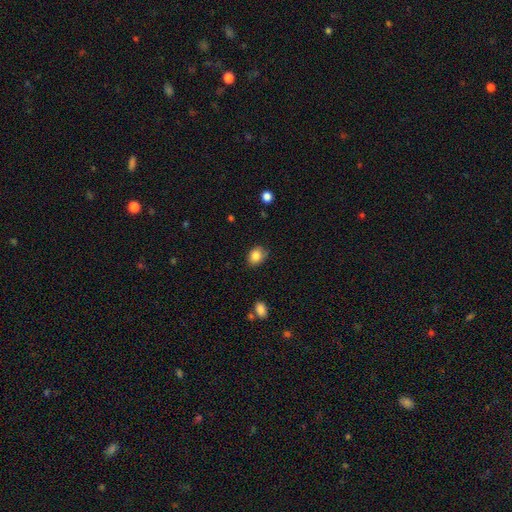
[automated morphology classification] Smooth or featured? smooth (84%)
How rounded? in between (56%)
Merging? none (78%)